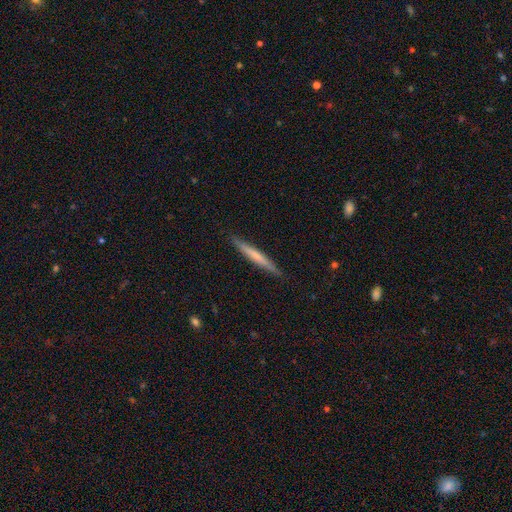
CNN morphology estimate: A smooth galaxy with no disk features (52%) that is cigar-shaped (96%).

Vote fractions:
- Smooth or featured? smooth: 52% / featured or disk: 42% / star or artifact: 6%
- How rounded? cigar-shaped: 96% / in between: 2% / round: 1%
- Merging? none: 90% / minor disturbance: 8% / major disturbance: 2% / merger: 1%